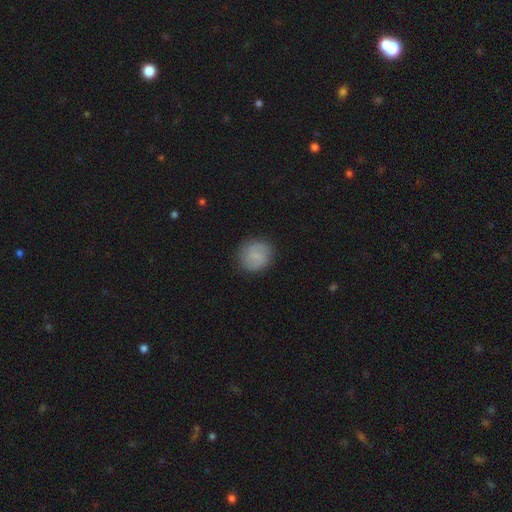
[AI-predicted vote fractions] Smooth or featured: smooth — 60% (featured or disk — 33%)
How rounded: round — 87% (in between — 12%)
Merging: none — 85% (minor disturbance — 11%)